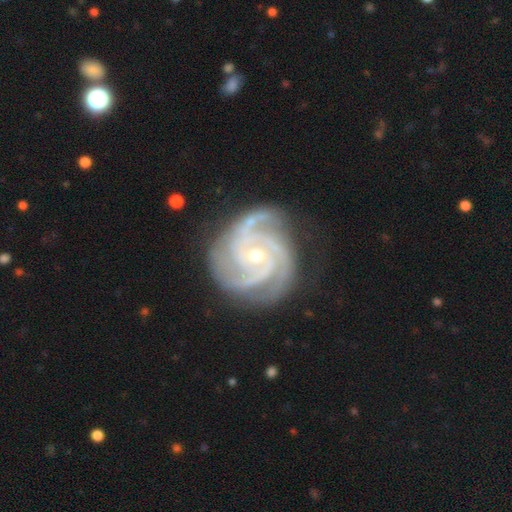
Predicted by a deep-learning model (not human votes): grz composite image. It shows a featured or disk galaxy (93%) with no bar (69%), 3 (59%) tight (71%) spiral arms (99%) and a small central bulge (52%). Merging: none (76%).